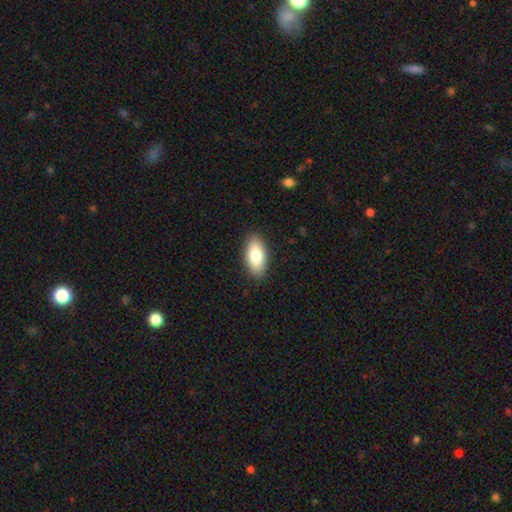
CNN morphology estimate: Smooth or featured? Predicted: smooth (p=0.80). How rounded? Predicted: in between (p=0.91). Merging? Predicted: none (p=0.89).